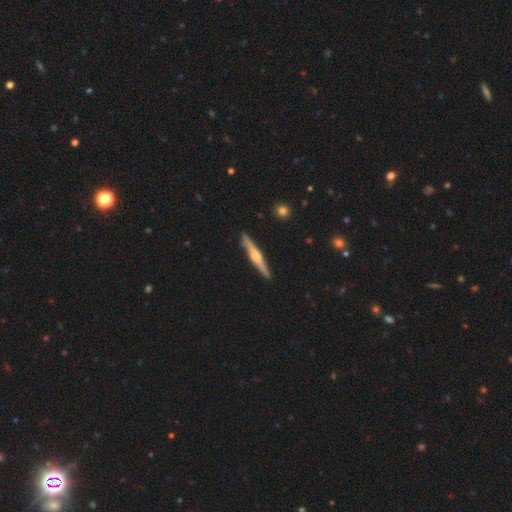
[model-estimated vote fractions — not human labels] featured or disk 72%, smooth 23%, star or artifact 5%. Down the decision tree: edge-on disk — yes (98%); edge-on bulge — rounded (86%); merging — none (90%).